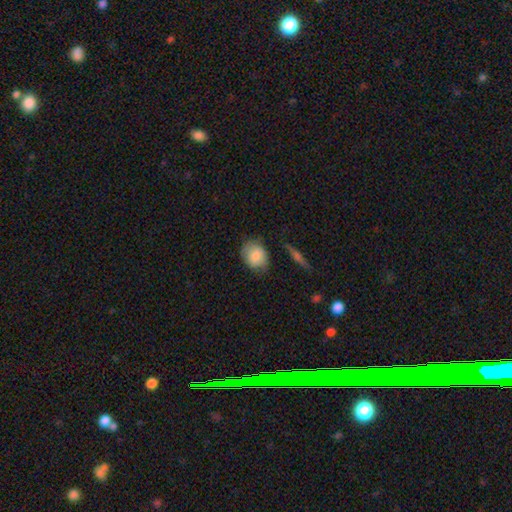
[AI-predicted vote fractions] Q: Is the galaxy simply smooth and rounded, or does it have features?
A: smooth — 81%.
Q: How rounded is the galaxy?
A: round — 51%.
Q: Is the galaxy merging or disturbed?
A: none — 70%.